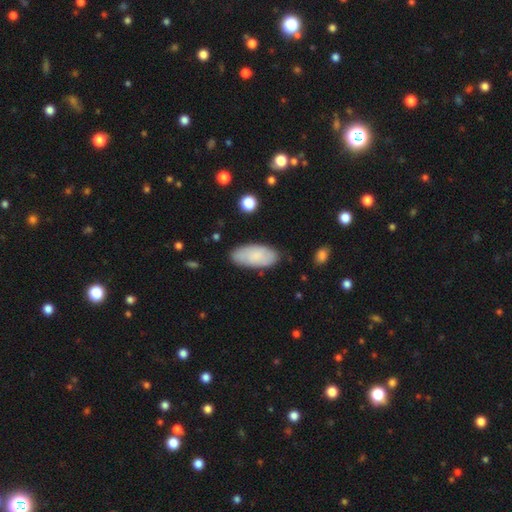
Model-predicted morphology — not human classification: type=smooth (78%); roundness=in between (91%); merging=none (81%).